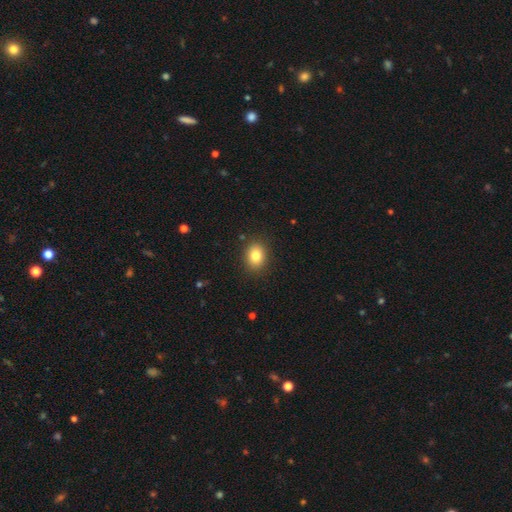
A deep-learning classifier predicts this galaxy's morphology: This appears to be a smooth galaxy with no disk features (83%) that is in between round and cigar-shaped (53%). Merging: none (88%).